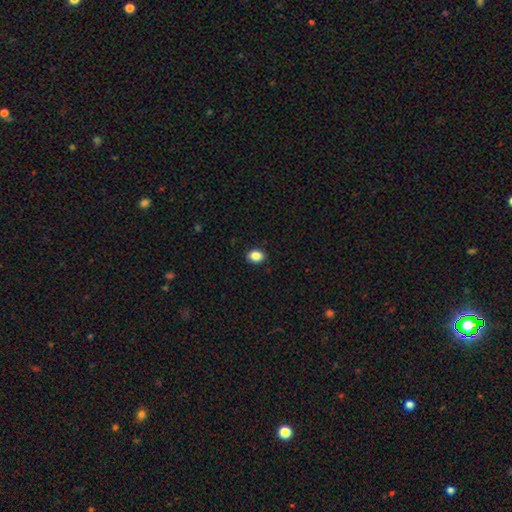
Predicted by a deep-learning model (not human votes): This appears to be a smooth galaxy with no disk features (87%) that is in between round and cigar-shaped (61%). Merging: none (91%).